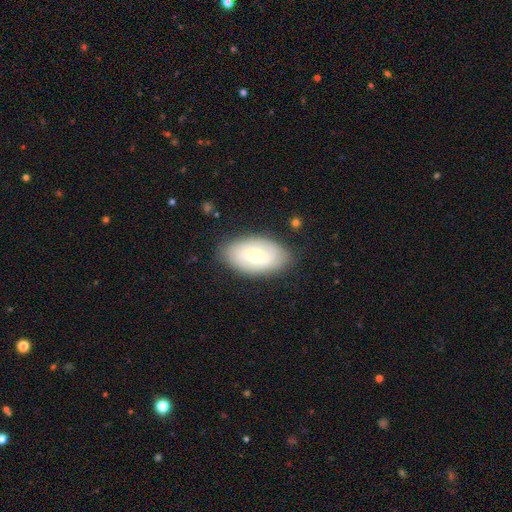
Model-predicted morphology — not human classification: type=smooth (59%); roundness=in between (93%); merging=none (82%).